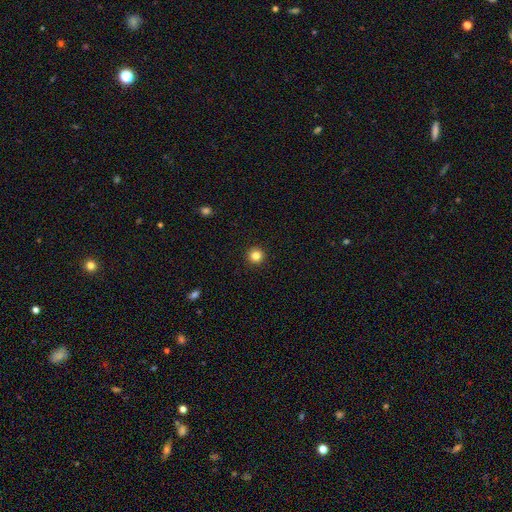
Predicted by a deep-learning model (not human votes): Smooth or featured?
  - smooth: 84% *
  - star or artifact: 12%
  - featured or disk: 5%
How rounded?
  - round: 96% *
  - in between: 3%
  - cigar-shaped: 1%
Merging?
  - none: 94% *
  - minor disturbance: 4%
  - major disturbance: 1%
  - merger: 1%